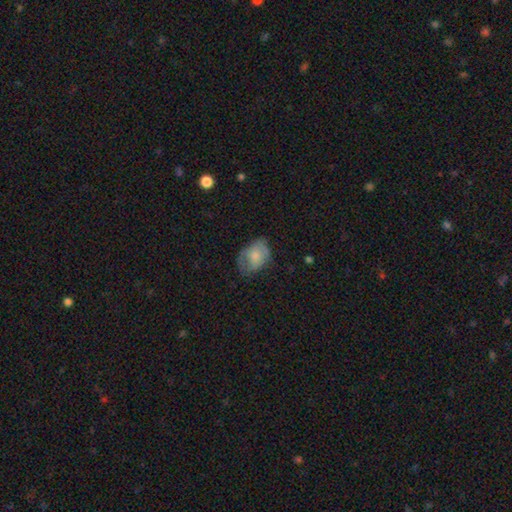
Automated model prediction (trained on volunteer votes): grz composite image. It shows a smooth galaxy with no disk features (66%) that is in between round and cigar-shaped (77%). Merging: none (47%).